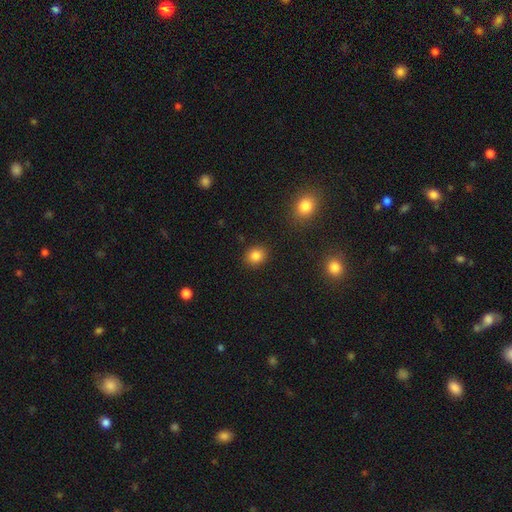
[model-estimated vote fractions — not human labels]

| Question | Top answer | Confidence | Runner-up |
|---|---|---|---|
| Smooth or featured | smooth | 84% | star or artifact (11%) |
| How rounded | round | 68% | in between (31%) |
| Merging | none | 89% | minor disturbance (7%) |